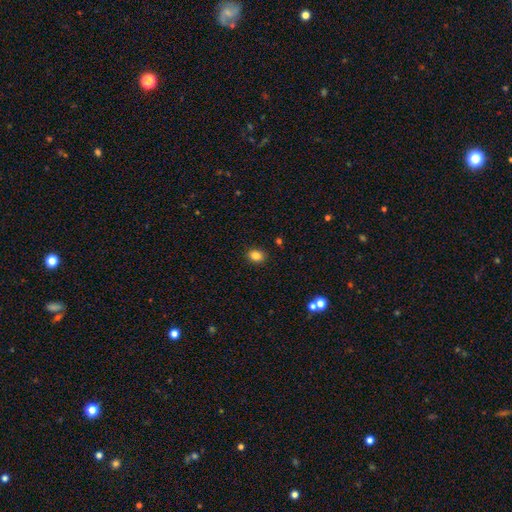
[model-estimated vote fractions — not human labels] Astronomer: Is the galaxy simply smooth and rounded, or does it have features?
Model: smooth — 85%.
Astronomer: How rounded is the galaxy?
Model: in between — 59% (runner-up: round, 40%).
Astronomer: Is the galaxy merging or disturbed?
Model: none — 88%.